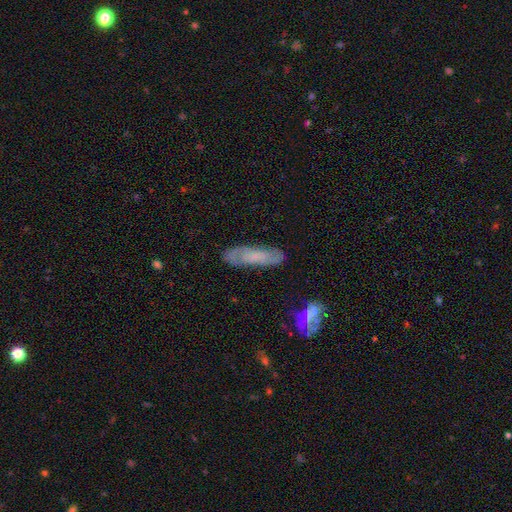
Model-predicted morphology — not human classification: featured or disk 51%, smooth 40%, star or artifact 9%. Down the decision tree: edge-on disk — no (75%); merging — none (78%).